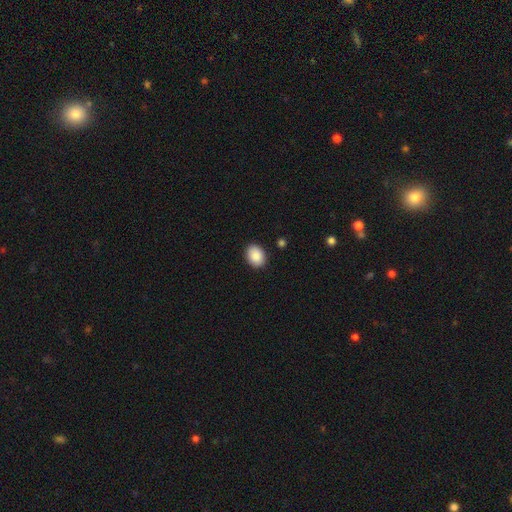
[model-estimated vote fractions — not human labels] Overall: smooth (89%). How rounded: in between (68%; round 31%). Merging: none (89%).